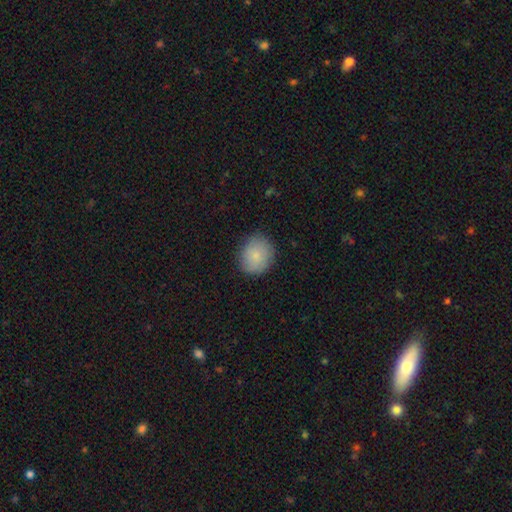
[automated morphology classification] This appears to be a smooth galaxy with no disk features (82%) that is round (67%). Merging: none (84%).